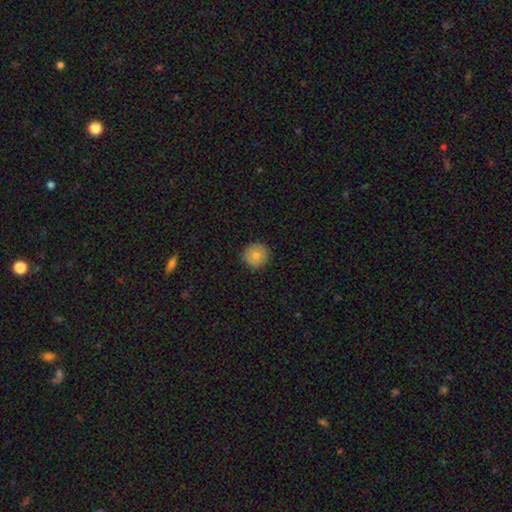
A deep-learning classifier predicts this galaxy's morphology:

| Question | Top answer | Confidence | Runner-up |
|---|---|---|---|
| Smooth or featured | smooth | 76% | featured or disk (15%) |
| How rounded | round | 93% | in between (6%) |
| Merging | none | 87% | minor disturbance (10%) |